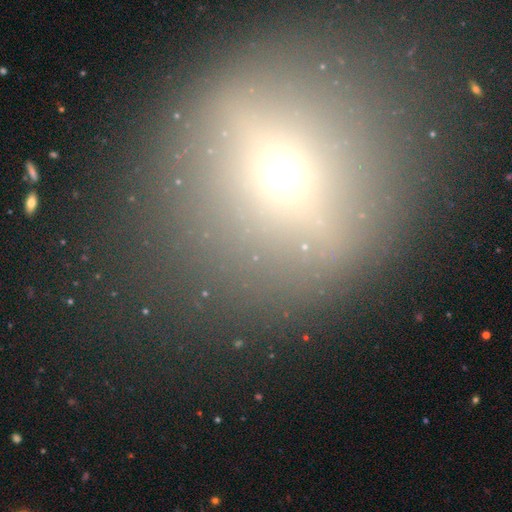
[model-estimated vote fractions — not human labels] Smooth or featured? Predicted: smooth (p=0.50). Merging? Predicted: none (p=0.83).